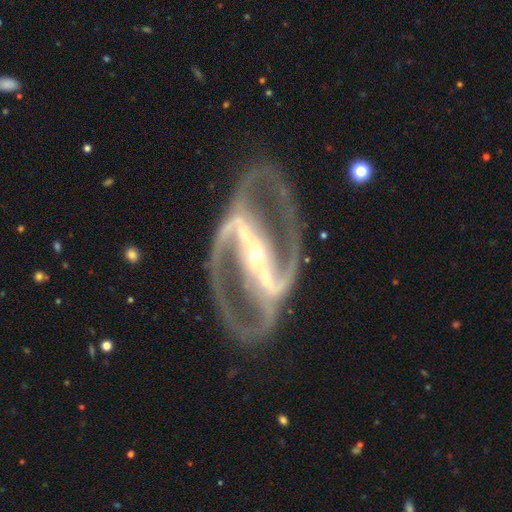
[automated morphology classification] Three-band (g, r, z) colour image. It shows a featured or disk galaxy (94%) with a strong bar (83%), 2 (92%) medium (61%) spiral arms (98%) and a small central bulge (76%). Merging: none (76%).